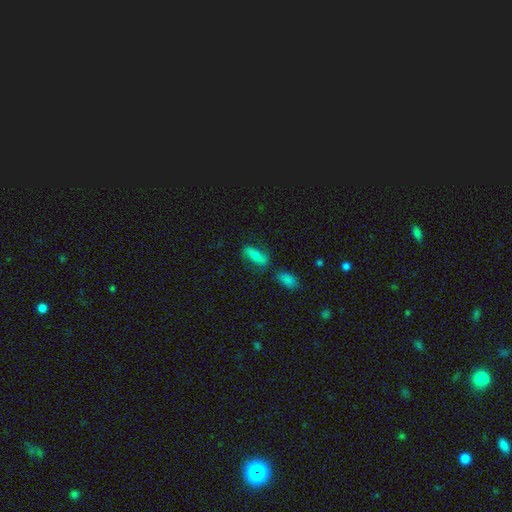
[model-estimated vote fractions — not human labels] A smooth galaxy with no disk features (64%) that is in between round and cigar-shaped (73%).

Vote fractions:
- Smooth or featured? smooth: 64% / featured or disk: 27% / star or artifact: 10%
- How rounded? in between: 73% / cigar-shaped: 22% / round: 4%
- Merging? none: 61% / minor disturbance: 18% / merger: 13% / major disturbance: 7%